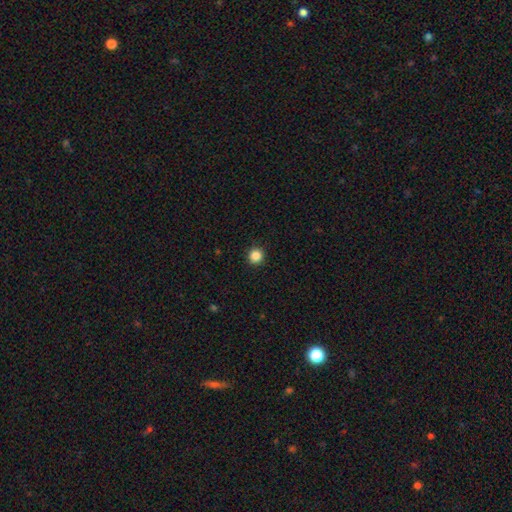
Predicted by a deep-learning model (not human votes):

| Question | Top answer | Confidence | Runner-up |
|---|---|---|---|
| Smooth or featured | smooth | 85% | star or artifact (11%) |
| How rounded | round | 95% | in between (4%) |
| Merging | none | 93% | minor disturbance (4%) |